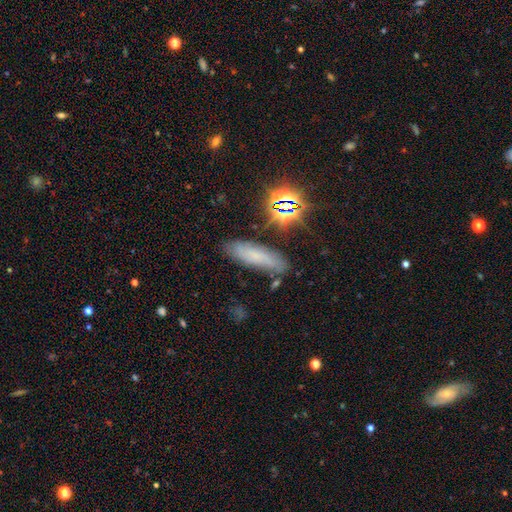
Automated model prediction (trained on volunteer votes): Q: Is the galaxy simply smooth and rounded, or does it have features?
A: smooth — 53%.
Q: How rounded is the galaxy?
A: cigar-shaped — 54%.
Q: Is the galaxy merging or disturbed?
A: none — 76%.